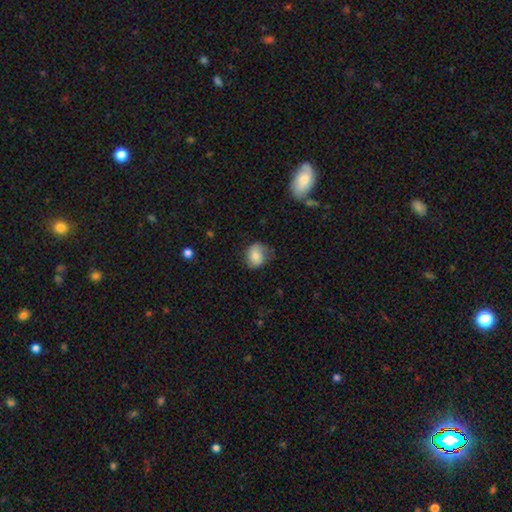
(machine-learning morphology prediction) smooth-or-featured: smooth: 77% | featured or disk: 15% | star or artifact: 8%
  how-rounded: round: 59% | in between: 40% | cigar-shaped: 1%
  merging: none: 61% | minor disturbance: 28% | major disturbance: 10% | merger: 1%